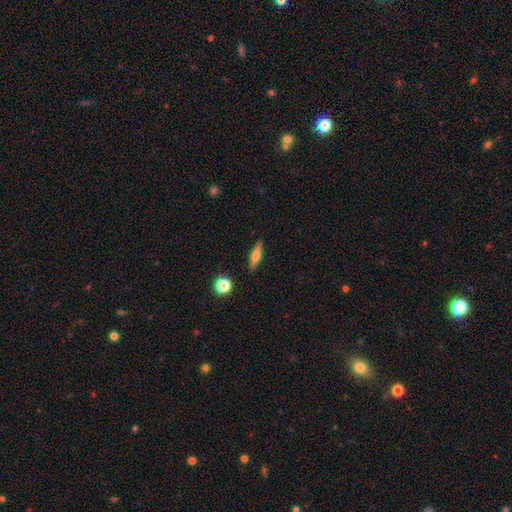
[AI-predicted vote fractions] smooth_or_featured: smooth (p=0.58) [alt: featured or disk p=0.34]
how_rounded: cigar-shaped (p=0.66) [alt: in between p=0.30]
merging: none (p=0.87) [alt: minor disturbance p=0.09]